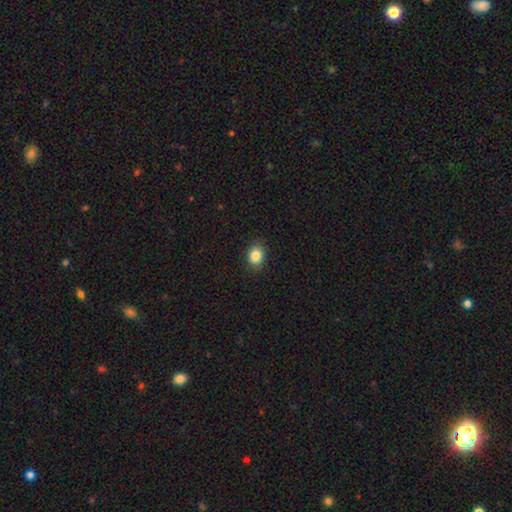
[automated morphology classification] Smooth or featured: smooth — 86% (star or artifact — 9%)
How rounded: in between — 55% (round — 44%)
Merging: none — 87% (minor disturbance — 10%)